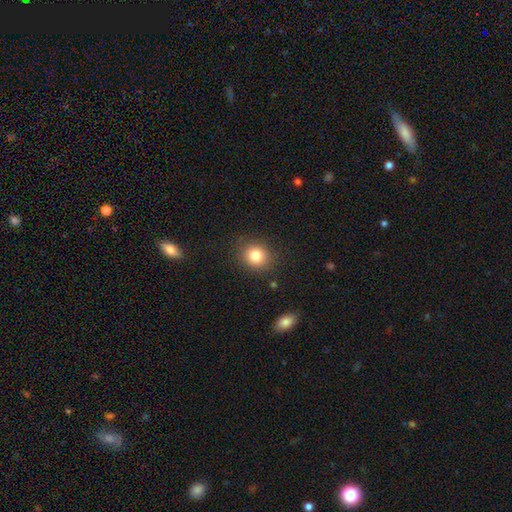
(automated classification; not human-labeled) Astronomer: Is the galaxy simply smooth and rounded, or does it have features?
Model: smooth — 83%.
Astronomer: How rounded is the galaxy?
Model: round — 81%.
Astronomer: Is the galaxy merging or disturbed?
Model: none — 86%.